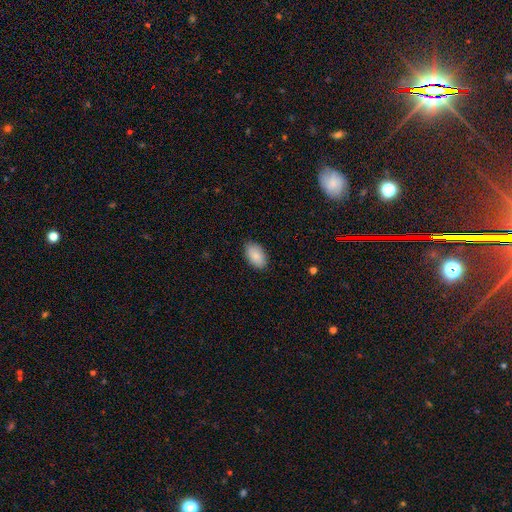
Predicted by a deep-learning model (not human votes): Smooth or featured?
  - smooth: 88% *
  - star or artifact: 6%
  - featured or disk: 6%
How rounded?
  - in between: 94% *
  - round: 4%
  - cigar-shaped: 2%
Merging?
  - none: 87% *
  - minor disturbance: 10%
  - major disturbance: 2%
  - merger: 1%